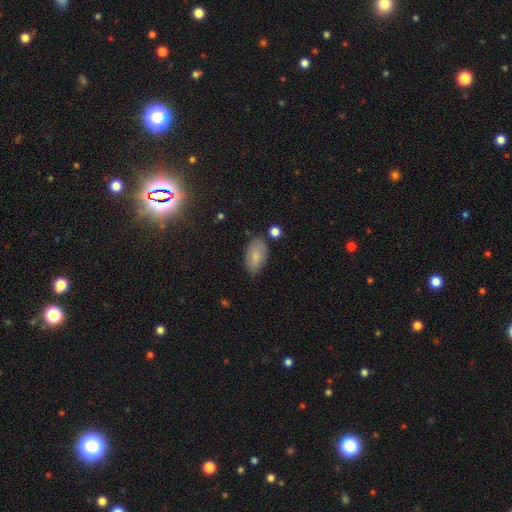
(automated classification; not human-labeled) smooth 81%, featured or disk 12%, star or artifact 7%. Down the decision tree: how rounded — in between (94%); merging — none (77%).